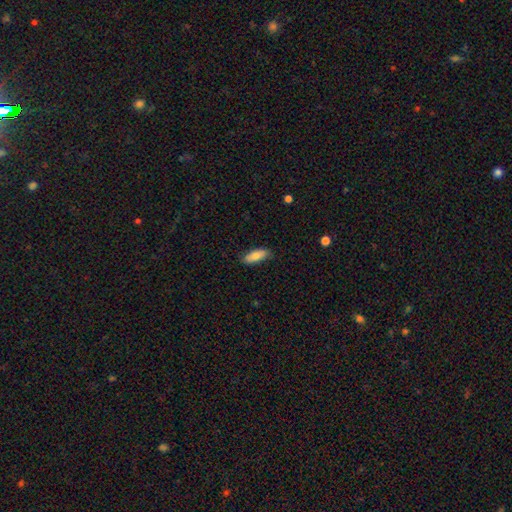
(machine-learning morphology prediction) Q: Smooth or featured?
A: smooth (82%); runner-up: featured or disk (12%)
Q: How rounded?
A: in between (71%); runner-up: cigar-shaped (27%)
Q: Merging?
A: none (80%); runner-up: minor disturbance (16%)